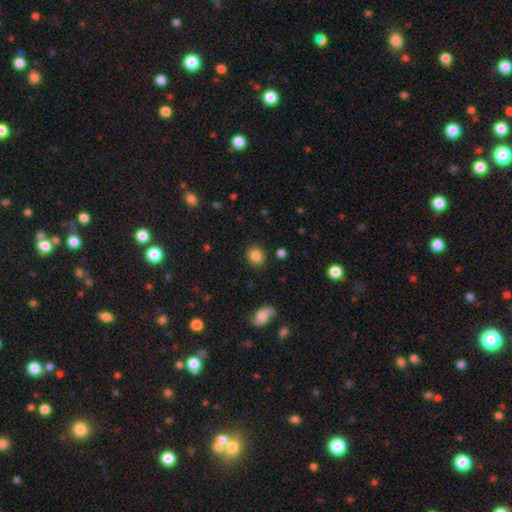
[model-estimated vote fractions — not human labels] Q: Smooth or featured?
A: smooth (85%); runner-up: star or artifact (9%)
Q: How rounded?
A: round (75%); runner-up: in between (24%)
Q: Merging?
A: none (87%); runner-up: minor disturbance (9%)